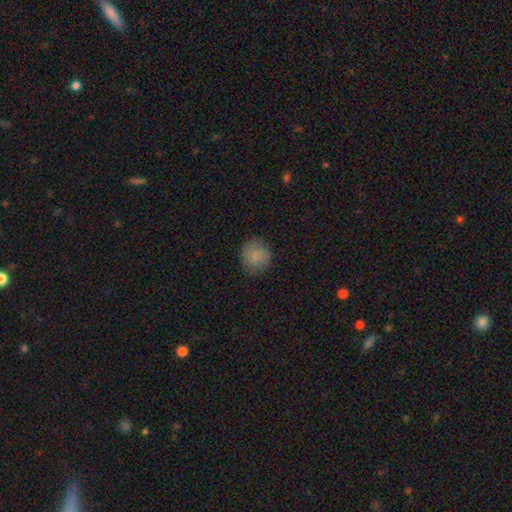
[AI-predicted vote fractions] Morphology: type=smooth (84%); roundness=round (89%); merging=none (80%).